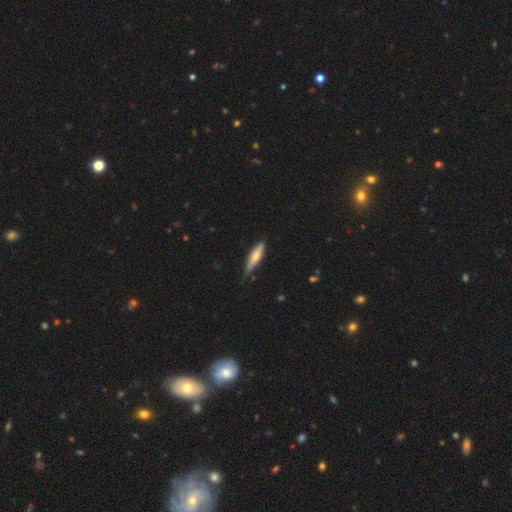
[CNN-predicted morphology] Overall: smooth (52%; featured or disk 42%). How rounded: cigar-shaped (78%). Merging: none (72%).